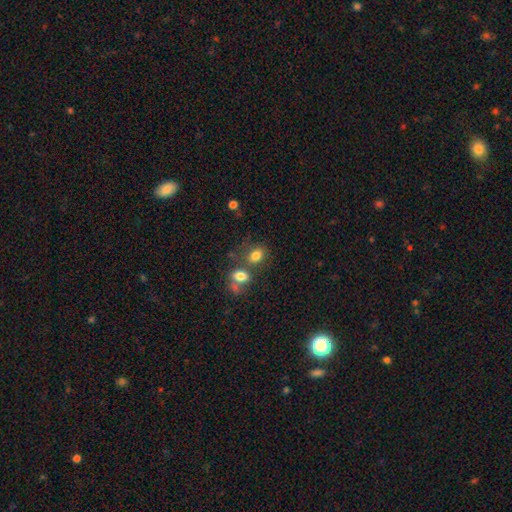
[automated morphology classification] Smooth or featured? Predicted: smooth (p=0.80). How rounded? Predicted: in between (p=0.64). Merging? Predicted: none (p=0.51).